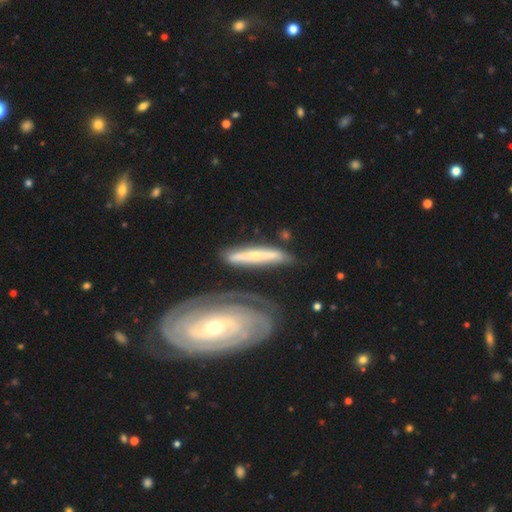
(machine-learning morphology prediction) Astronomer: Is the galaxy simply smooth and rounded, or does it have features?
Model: featured or disk — 56% (runner-up: smooth, 37%).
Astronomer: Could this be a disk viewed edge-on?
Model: no — 52% (runner-up: yes, 48%).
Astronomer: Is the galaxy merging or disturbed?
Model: none — 68%.